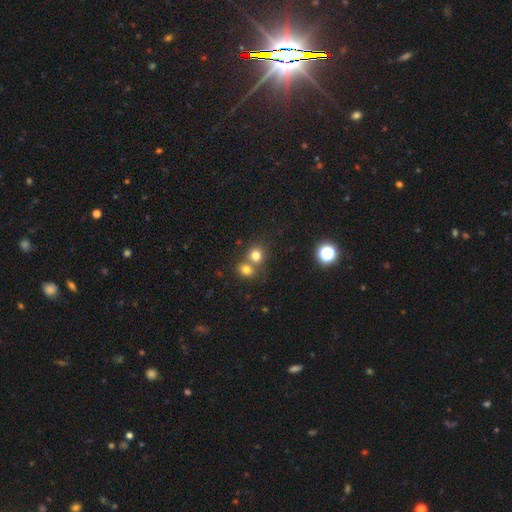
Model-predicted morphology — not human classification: The model was most divided on "merging" (2-way tie): merger: 45%, none: 45%, minor disturbance: 7%, major disturbance: 3%. More confident: how rounded — round (78%); smooth or featured — smooth (77%).